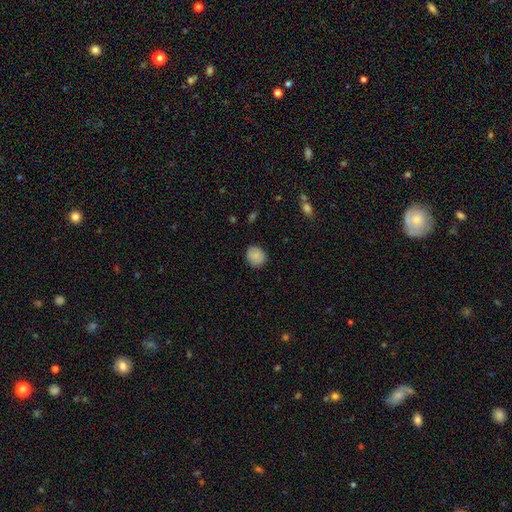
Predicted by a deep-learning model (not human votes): Q: Smooth or featured?
A: smooth (87%); runner-up: star or artifact (8%)
Q: How rounded?
A: round (75%); runner-up: in between (24%)
Q: Merging?
A: none (86%); runner-up: minor disturbance (11%)